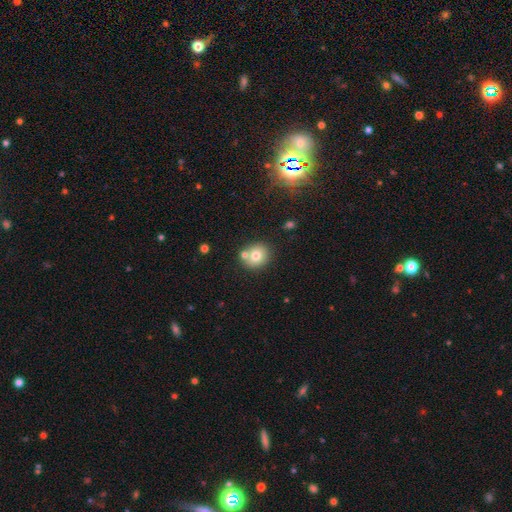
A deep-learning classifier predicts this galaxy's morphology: This appears to be a smooth galaxy with no disk features (74%) that is round (77%). Merging: none (66%).